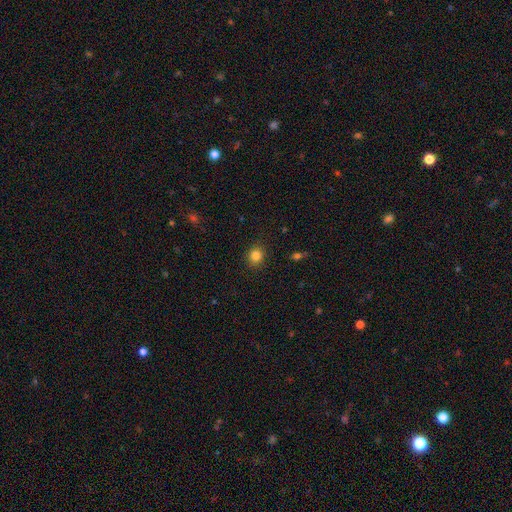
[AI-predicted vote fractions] smooth_or_featured: smooth (p=0.84) [alt: star or artifact p=0.12]
how_rounded: round (p=0.82) [alt: in between p=0.17]
merging: none (p=0.90) [alt: minor disturbance p=0.07]